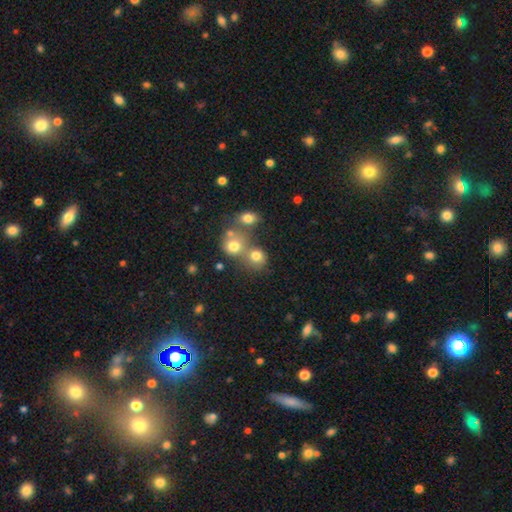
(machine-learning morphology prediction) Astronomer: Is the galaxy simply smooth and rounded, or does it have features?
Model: smooth — 75%.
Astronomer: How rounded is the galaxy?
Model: round — 77%.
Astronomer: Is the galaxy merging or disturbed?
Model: none — 44% (runner-up: merger, 42%).